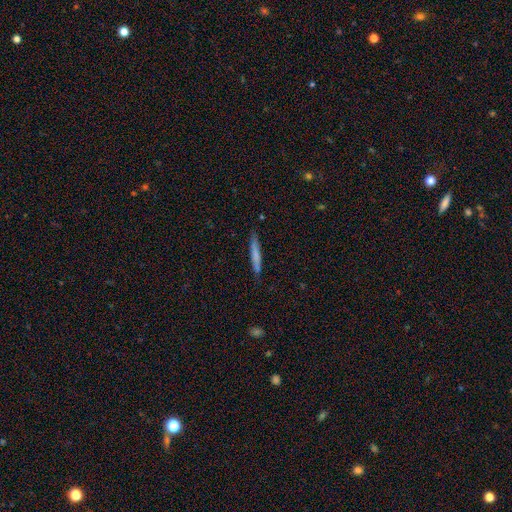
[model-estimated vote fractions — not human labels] Overall: smooth (69%). How rounded: cigar-shaped (95%). Merging: none (84%).